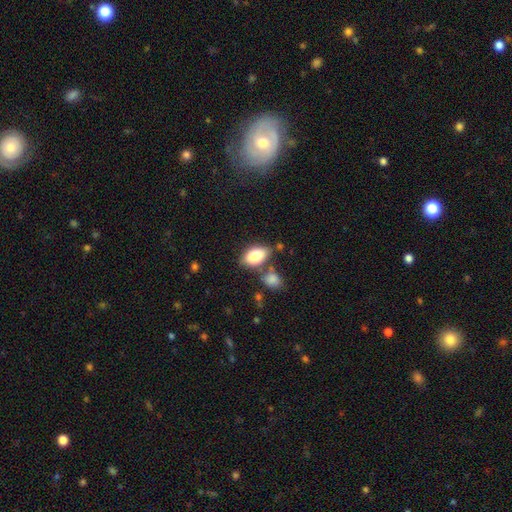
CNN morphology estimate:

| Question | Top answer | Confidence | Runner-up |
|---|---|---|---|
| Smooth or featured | smooth | 80% | featured or disk (12%) |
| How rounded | in between | 90% | round (7%) |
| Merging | none | 66% | minor disturbance (15%) |